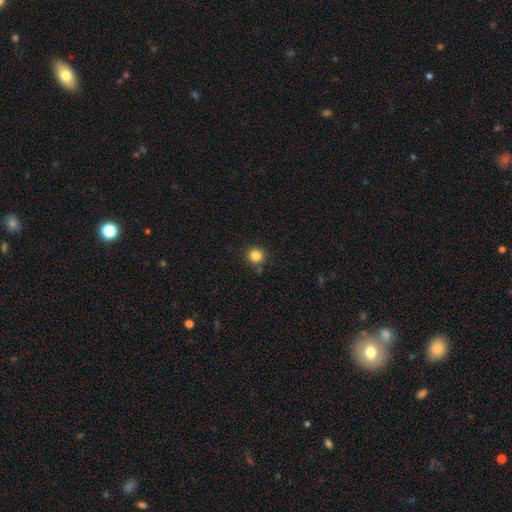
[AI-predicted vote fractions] This is clearly a smooth galaxy (84%). How rounded: clearly round (93%). Merging: clearly none (86%).